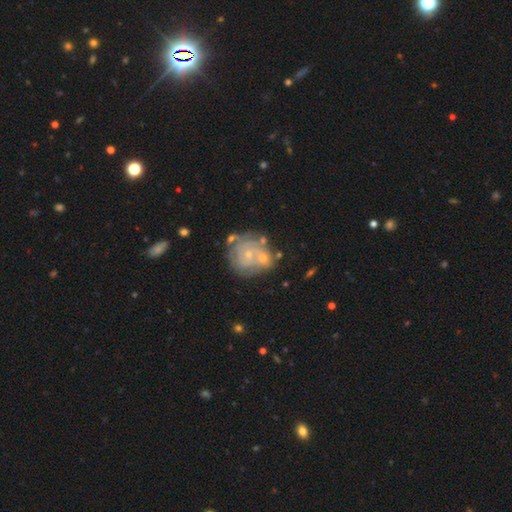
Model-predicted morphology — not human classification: A featured or disk galaxy (69%) with no bar (79%), spiral arms (75%) and a small central bulge (74%).

Vote fractions:
- Smooth or featured? featured or disk: 69% / smooth: 21% / star or artifact: 11%
- Edge-on disk? no: 98% / yes: 2%
- Bar? no: 79% / weak: 18% / strong: 4%
- Spiral arms? yes: 75% / no: 25%
- Bulge size? small: 74% / moderate: 20% / none: 4% / large: 1% / dominant: 1%
- Merging? none: 55% / merger: 19% / minor disturbance: 18% / major disturbance: 8%